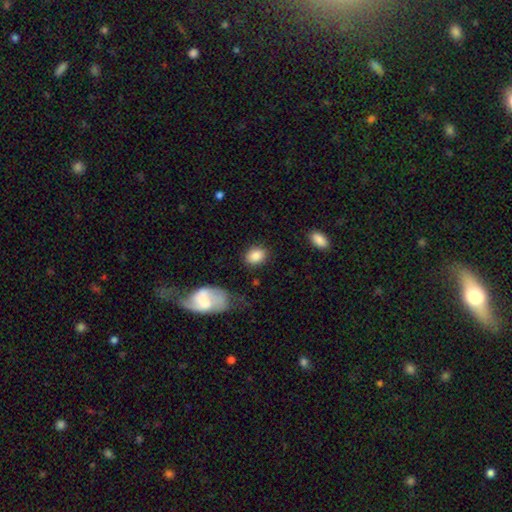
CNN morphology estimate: This appears to be a smooth galaxy with no disk features (85%) that is in between round and cigar-shaped (59%). Merging: none (81%).